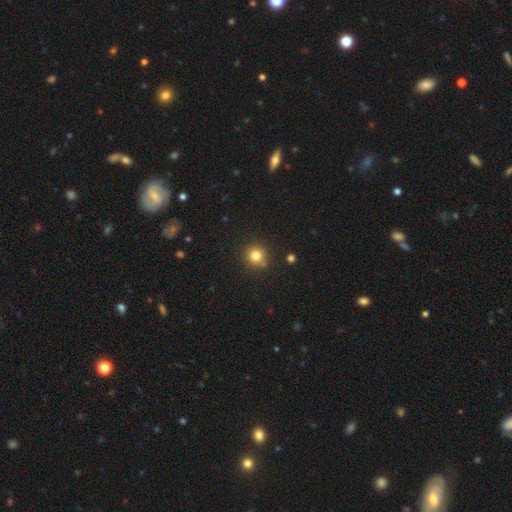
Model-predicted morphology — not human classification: Smooth or featured?
  - smooth: 81% *
  - star or artifact: 13%
  - featured or disk: 6%
How rounded?
  - round: 93% *
  - in between: 6%
  - cigar-shaped: 1%
Merging?
  - none: 86% *
  - minor disturbance: 8%
  - merger: 4%
  - major disturbance: 2%